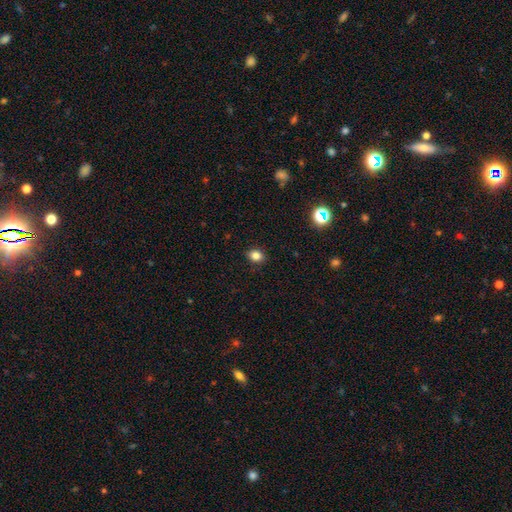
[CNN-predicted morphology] smooth-or-featured: smooth: 83% | star or artifact: 12% | featured or disk: 5%
  how-rounded: in between: 53% | round: 46% | cigar-shaped: 1%
  merging: none: 89% | minor disturbance: 8% | major disturbance: 2% | merger: 1%